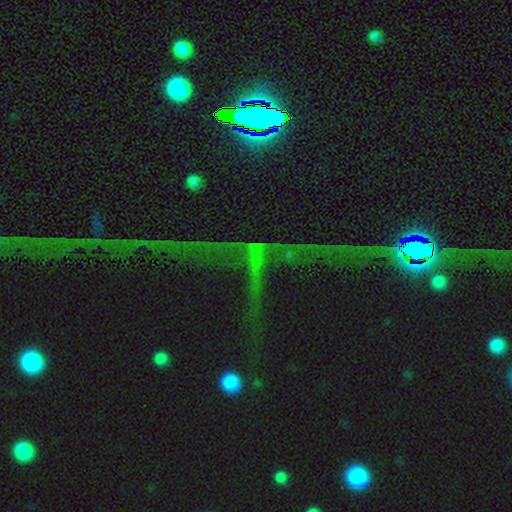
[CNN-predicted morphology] This is likely a star or artifact rather than a galaxy (71%).